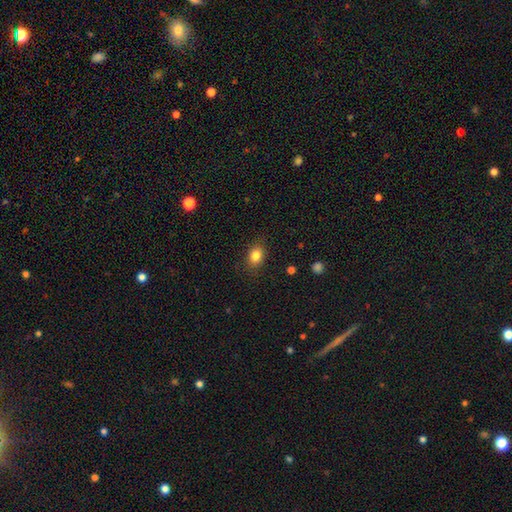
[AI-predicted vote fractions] A smooth galaxy with no disk features (83%) that is in between round and cigar-shaped (66%). Merging: none (85%).